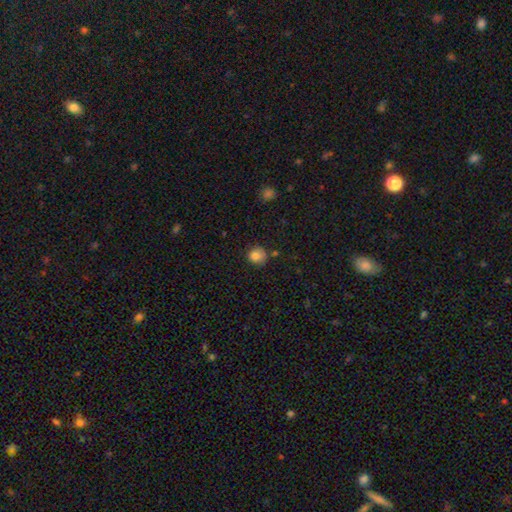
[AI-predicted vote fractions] smooth 82%, star or artifact 10%, featured or disk 7%. Down the decision tree: how rounded — round (86%); merging — none (72%).